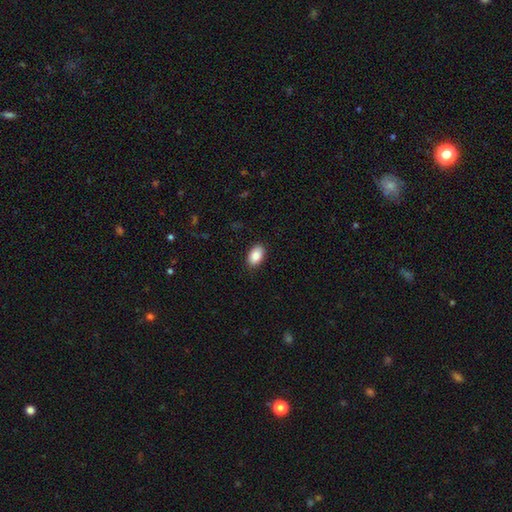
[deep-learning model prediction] Smooth or featured: smooth — 89% (star or artifact — 7%)
How rounded: in between — 91% (round — 7%)
Merging: none — 88% (minor disturbance — 9%)